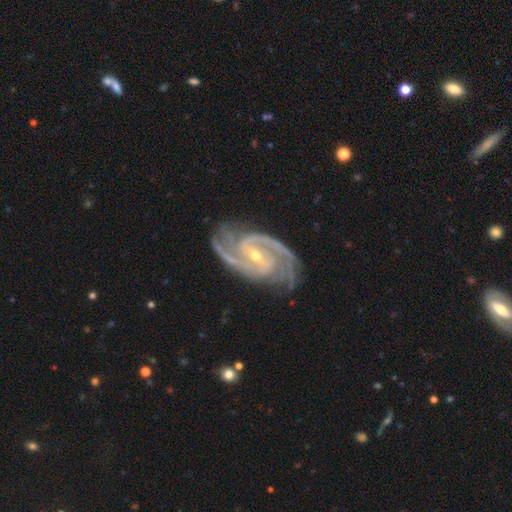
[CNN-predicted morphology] featured or disk 94%, star or artifact 4%, smooth 2%. Down the decision tree: edge-on disk — no (97%); bar — weak (43%); spiral arms — yes (99%); spiral arm count — 2 (61%); spiral winding — medium (55%); bulge size — small (64%); merging — none (76%).